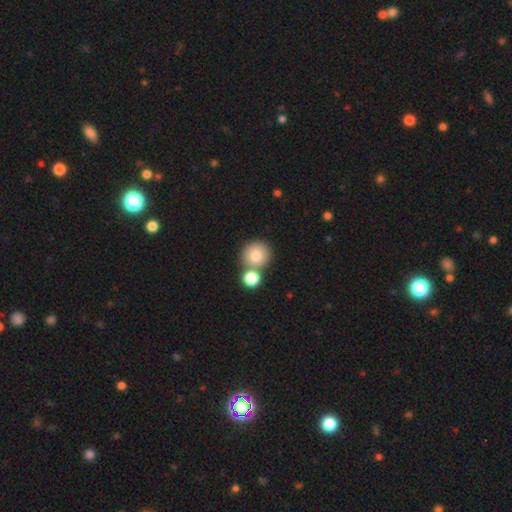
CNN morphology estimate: Overall: smooth (80%). How rounded: round (92%). Merging: none (59%; merger 30%).